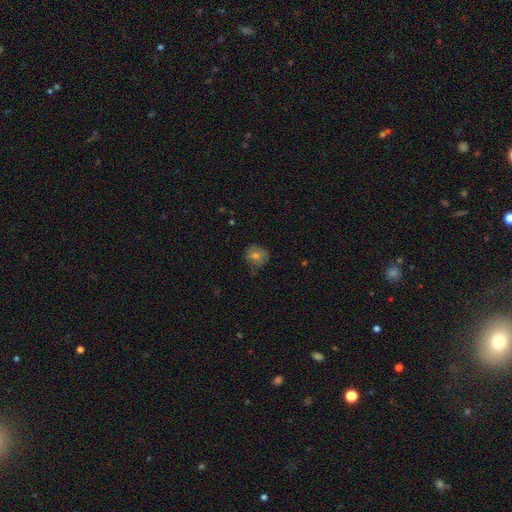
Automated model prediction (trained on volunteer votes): A smooth galaxy with no disk features (62%) that is round (83%). Merging: none (74%).